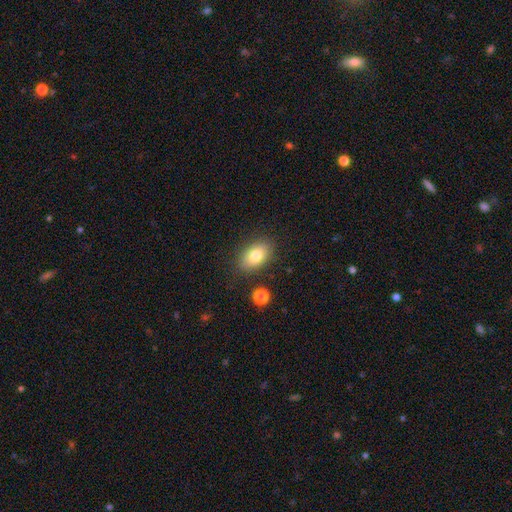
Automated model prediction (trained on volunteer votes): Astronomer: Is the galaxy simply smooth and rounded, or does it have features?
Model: smooth — 80%.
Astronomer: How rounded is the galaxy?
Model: in between — 89%.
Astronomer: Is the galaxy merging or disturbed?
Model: none — 84%.